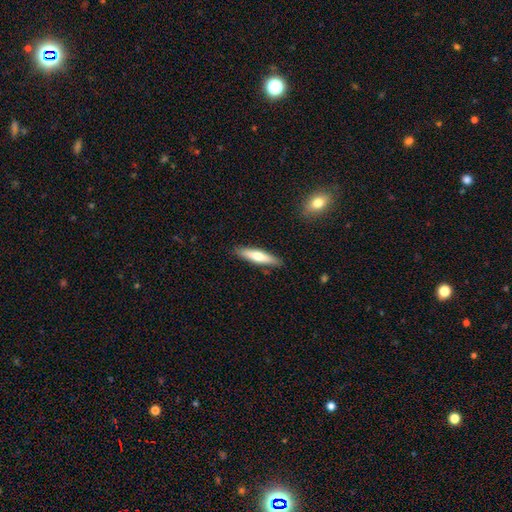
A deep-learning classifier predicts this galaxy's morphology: smooth 61%, featured or disk 34%, star or artifact 6%. Down the decision tree: how rounded — cigar-shaped (78%); merging — none (88%).